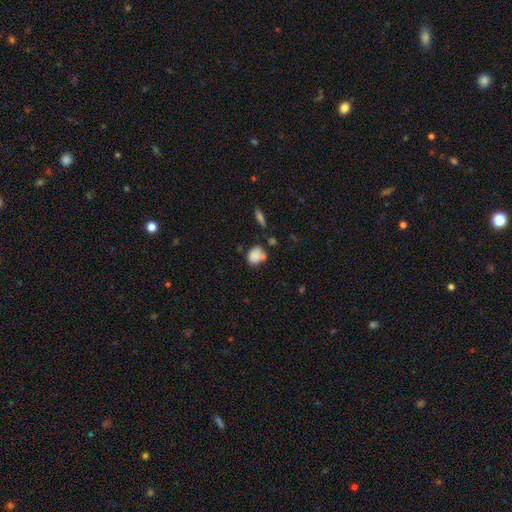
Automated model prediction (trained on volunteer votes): Q: Smooth or featured?
A: smooth (82%); runner-up: star or artifact (9%)
Q: How rounded?
A: round (53%); runner-up: in between (46%)
Q: Merging?
A: none (50%); runner-up: minor disturbance (28%)